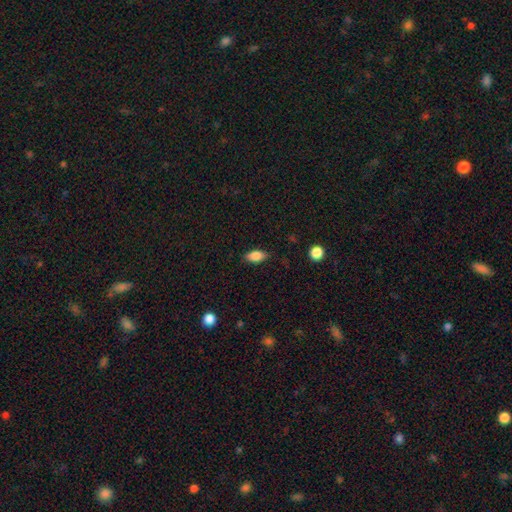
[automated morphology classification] The model was most divided on "merging": none: 81%, minor disturbance: 14%, major disturbance: 3%, merger: 1%. More confident: how rounded — in between (87%); smooth or featured — smooth (83%).